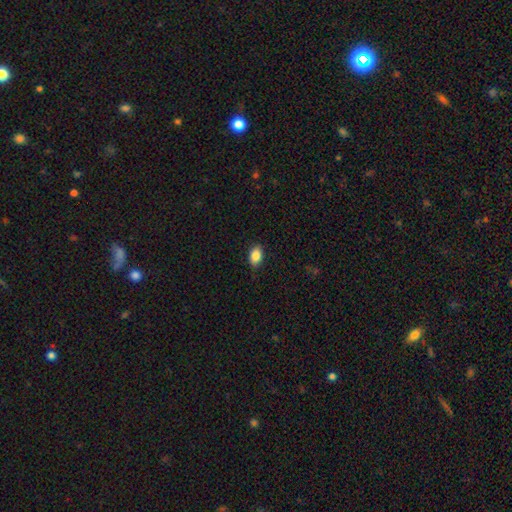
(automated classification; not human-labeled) Smooth or featured: smooth — 87% (star or artifact — 8%)
How rounded: in between — 86% (round — 12%)
Merging: none — 84% (minor disturbance — 13%)